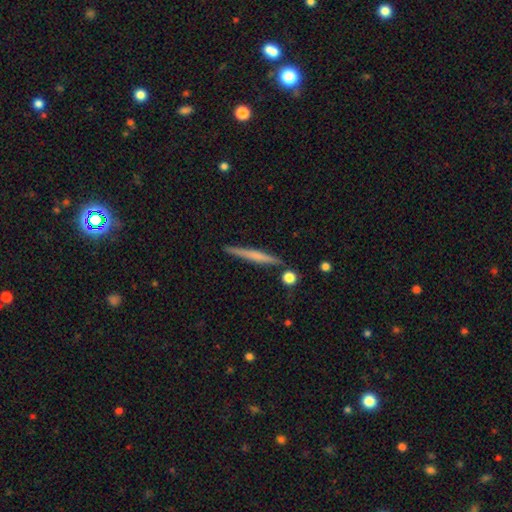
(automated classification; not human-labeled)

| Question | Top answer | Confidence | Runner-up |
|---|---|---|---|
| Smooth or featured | featured or disk | 48% | smooth (46%) |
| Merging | none | 87% | minor disturbance (8%) |